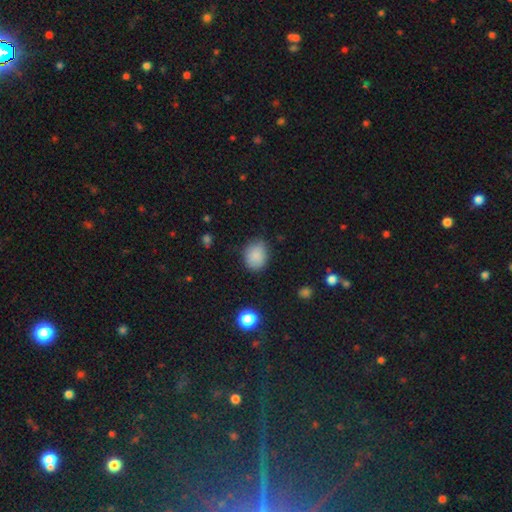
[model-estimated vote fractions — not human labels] Q: Smooth or featured?
A: smooth (85%); runner-up: star or artifact (9%)
Q: How rounded?
A: in between (51%); runner-up: round (49%)
Q: Merging?
A: none (74%); runner-up: minor disturbance (20%)